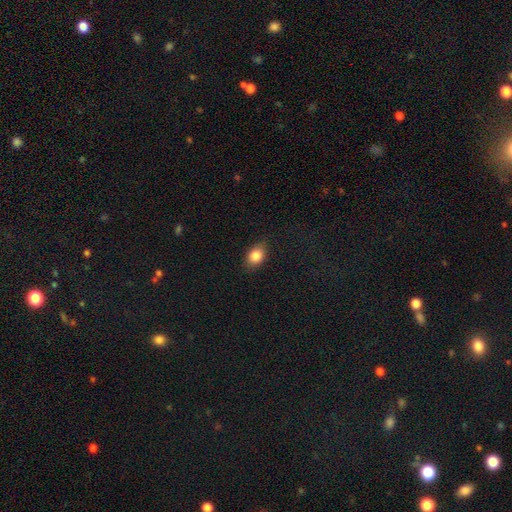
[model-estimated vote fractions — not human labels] Q: Smooth or featured?
A: smooth (84%); runner-up: star or artifact (9%)
Q: How rounded?
A: in between (72%); runner-up: round (26%)
Q: Merging?
A: none (82%); runner-up: minor disturbance (14%)